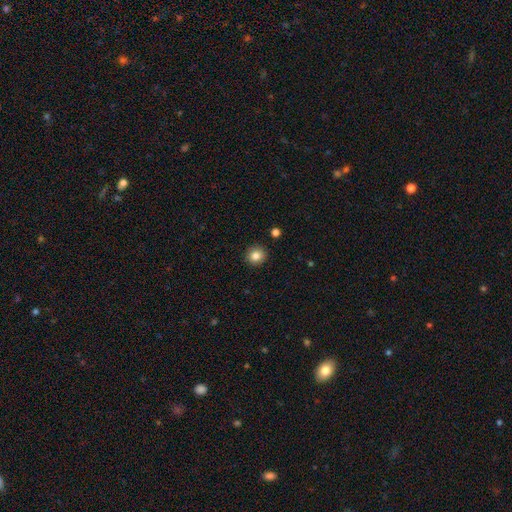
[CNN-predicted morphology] smooth_or_featured: smooth (p=0.84) [alt: star or artifact p=0.10]
how_rounded: round (p=0.90) [alt: in between p=0.09]
merging: none (p=0.91) [alt: minor disturbance p=0.06]